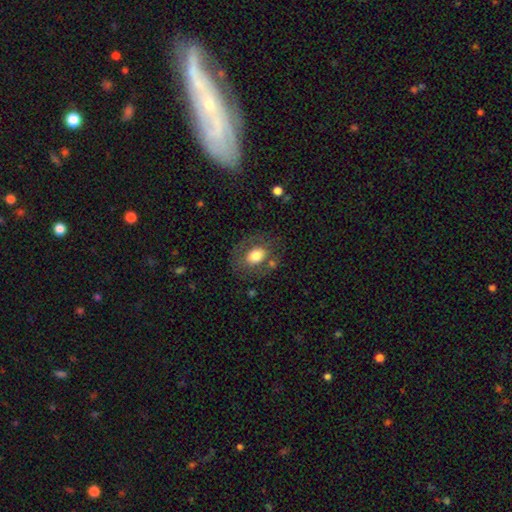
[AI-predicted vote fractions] A smooth galaxy with no disk features (68%) that is in between round and cigar-shaped (57%). Merging: none (72%).